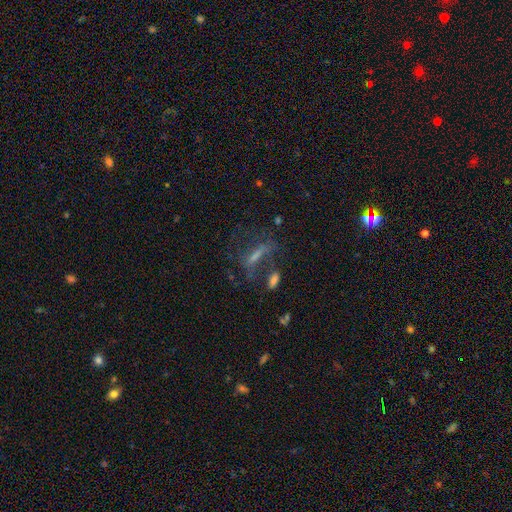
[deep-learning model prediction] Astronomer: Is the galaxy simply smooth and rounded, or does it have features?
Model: featured or disk — 43% (runner-up: smooth, 32%).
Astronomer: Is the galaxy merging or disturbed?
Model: none — 50%.